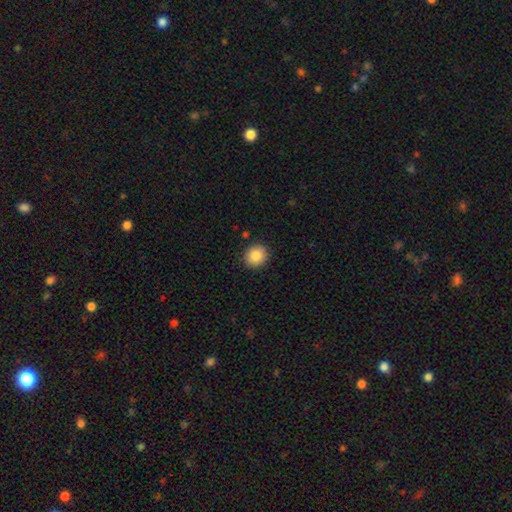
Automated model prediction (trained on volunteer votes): smooth 86%, star or artifact 9%, featured or disk 6%. Down the decision tree: how rounded — round (83%); merging — none (90%).